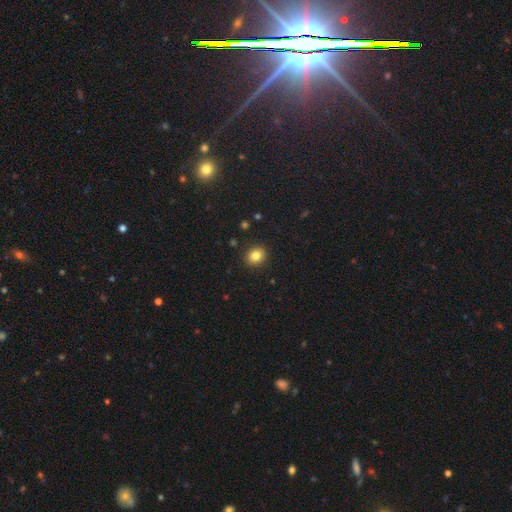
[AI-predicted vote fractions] smooth_or_featured: smooth (p=0.82) [alt: star or artifact p=0.11]
how_rounded: round (p=0.68) [alt: in between p=0.32]
merging: none (p=0.90) [alt: minor disturbance p=0.07]